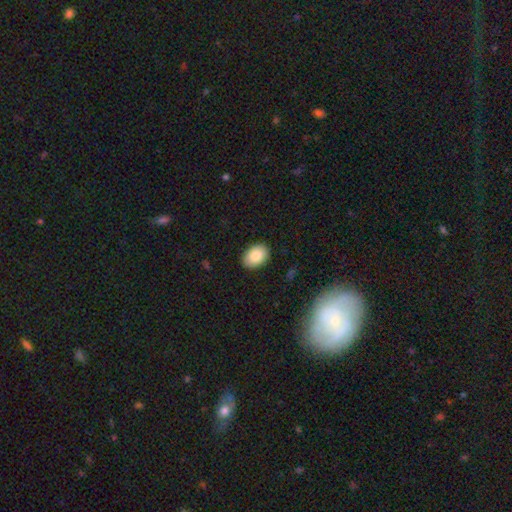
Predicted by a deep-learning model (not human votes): Smooth or featured? Predicted: smooth (p=0.85). How rounded? Predicted: in between (p=0.81). Merging? Predicted: none (p=0.89).